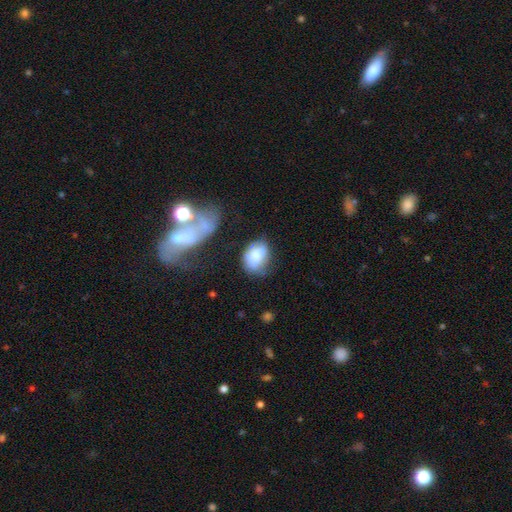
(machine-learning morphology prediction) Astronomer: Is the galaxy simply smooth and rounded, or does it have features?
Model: smooth — 69%.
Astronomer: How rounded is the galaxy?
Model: in between — 75%.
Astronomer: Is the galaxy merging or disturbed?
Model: none — 56%.